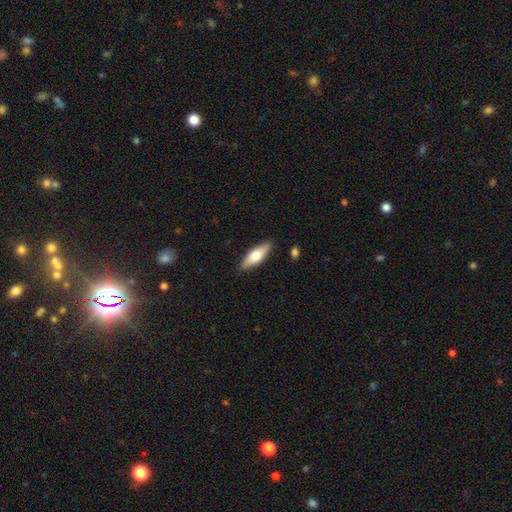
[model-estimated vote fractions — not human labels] This appears to be a smooth galaxy with no disk features (64%) that is in between round and cigar-shaped (57%). Merging: none (87%).